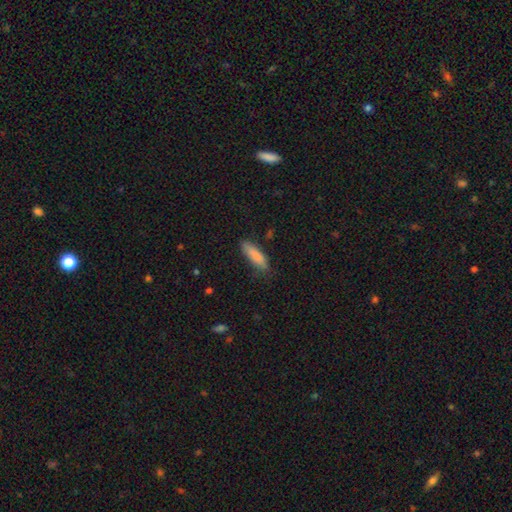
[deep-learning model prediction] smooth-or-featured: smooth: 86% | featured or disk: 8% | star or artifact: 6%
  how-rounded: cigar-shaped: 57% | in between: 42% | round: 2%
  merging: none: 76% | minor disturbance: 19% | major disturbance: 4% | merger: 2%